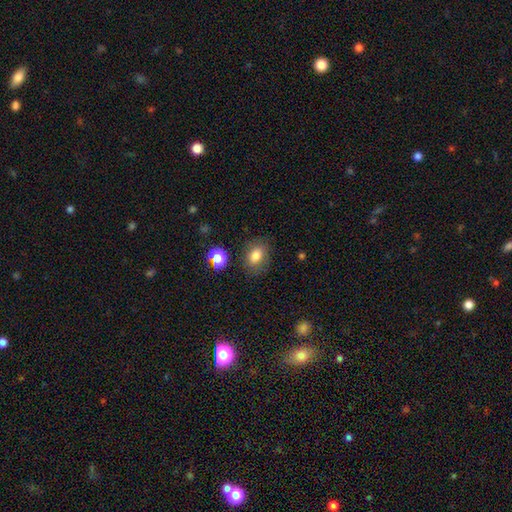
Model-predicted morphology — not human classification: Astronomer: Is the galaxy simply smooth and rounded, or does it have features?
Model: smooth — 80%.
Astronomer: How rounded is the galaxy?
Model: in between — 67%.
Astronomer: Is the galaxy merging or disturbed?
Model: none — 79%.